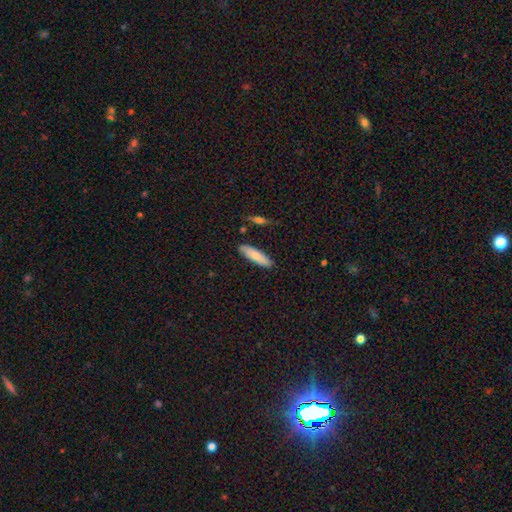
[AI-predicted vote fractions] Smooth or featured: smooth — 80% (featured or disk — 14%)
How rounded: cigar-shaped — 63% (in between — 35%)
Merging: none — 86% (minor disturbance — 9%)